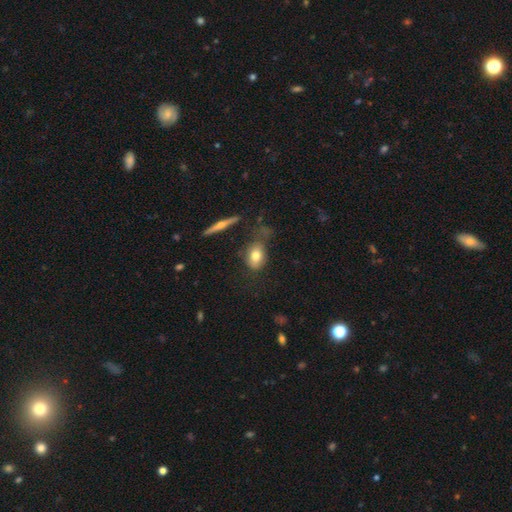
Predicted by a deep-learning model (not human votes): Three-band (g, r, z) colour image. It shows a smooth galaxy with no disk features (73%) that is in between round and cigar-shaped (75%). Merging: none (53%).